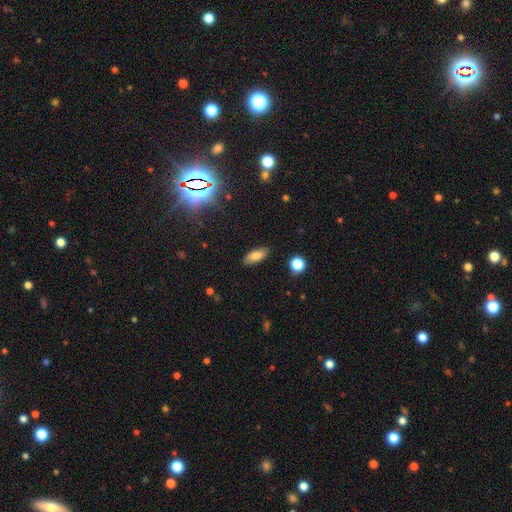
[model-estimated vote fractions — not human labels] Smooth or featured? Predicted: smooth (p=0.74). How rounded? Predicted: in between (p=0.81). Merging? Predicted: none (p=0.86).